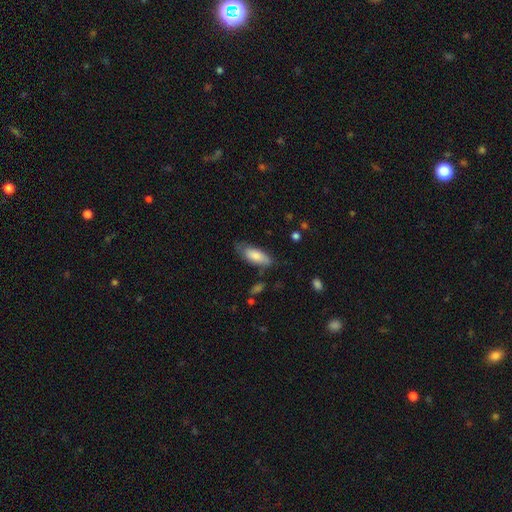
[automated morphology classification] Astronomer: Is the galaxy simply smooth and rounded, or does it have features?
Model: smooth — 80%.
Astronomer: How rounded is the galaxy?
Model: in between — 76%.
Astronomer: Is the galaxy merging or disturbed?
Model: none — 63%.